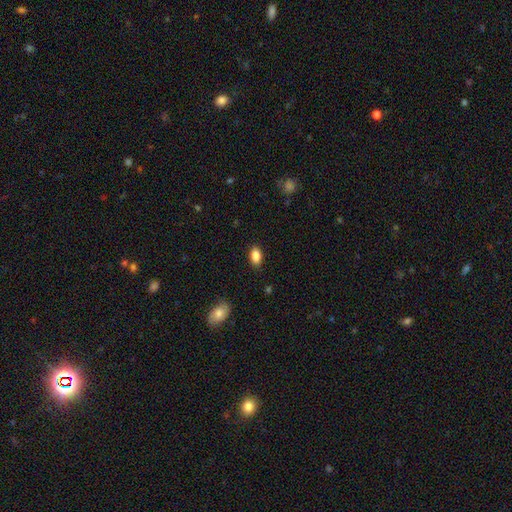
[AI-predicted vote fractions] Overall: smooth (87%). How rounded: in between (90%). Merging: none (87%).